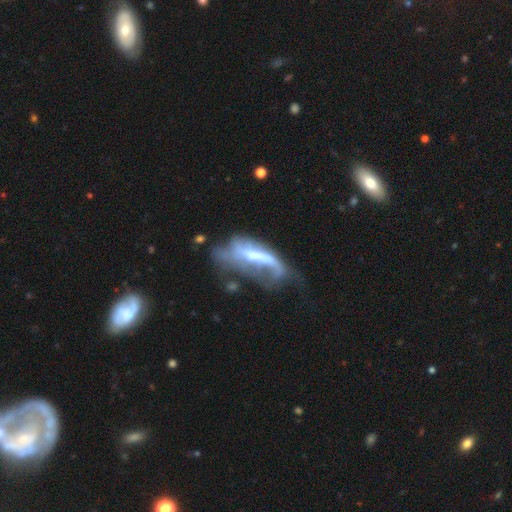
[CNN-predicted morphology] smooth_or_featured: featured or disk (p=0.62) [alt: smooth p=0.28]
disk_edge_on: no (p=0.84) [alt: yes p=0.16]
bar: no (p=0.37) [alt: strong p=0.35]
has_spiral_arms: no (p=0.52) [alt: yes p=0.48]
bulge_size: moderate (p=0.36) [alt: none p=0.26]
merging: major disturbance (p=0.47) [alt: none p=0.21]